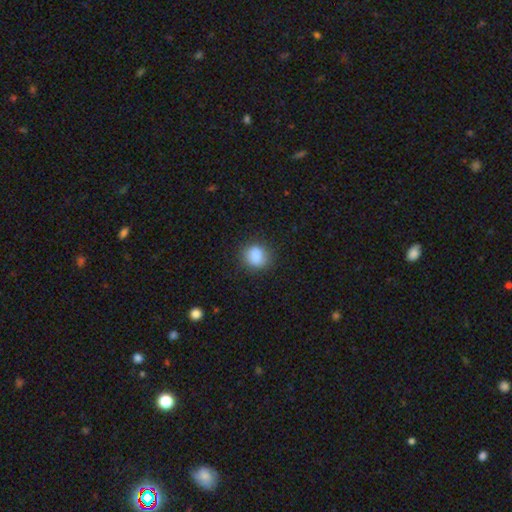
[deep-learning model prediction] Smooth or featured: smooth — 87% (star or artifact — 9%)
How rounded: round — 73% (in between — 26%)
Merging: none — 82% (minor disturbance — 13%)